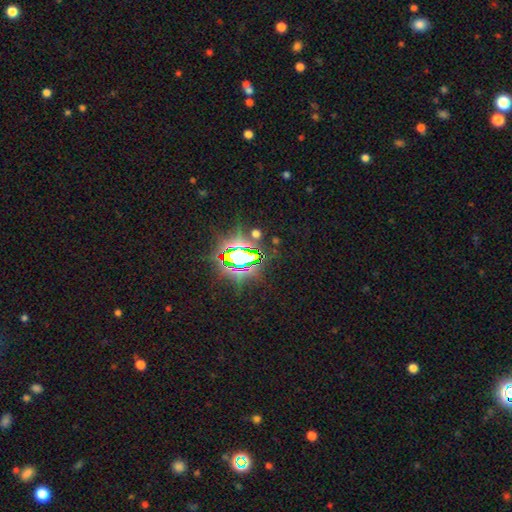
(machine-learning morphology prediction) Smooth or featured? star or artifact (83%)